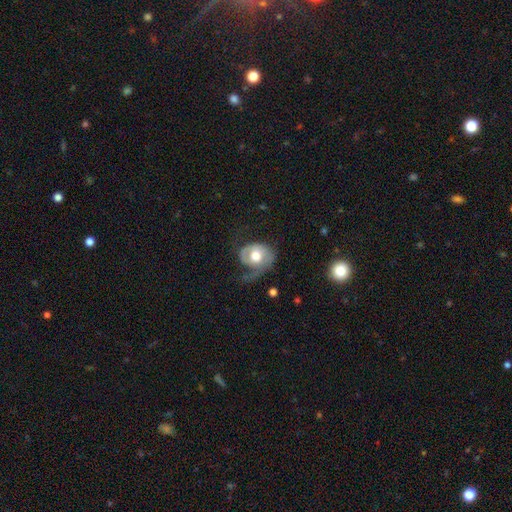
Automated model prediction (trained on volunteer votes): The model was most divided on "merging": major disturbance: 40%, none: 33%, minor disturbance: 25%, merger: 2%. More confident: edge-on disk — no (97%); bar — no (79%); spiral arms — yes (73%); bulge size — moderate (63%); smooth or featured — featured or disk (56%).